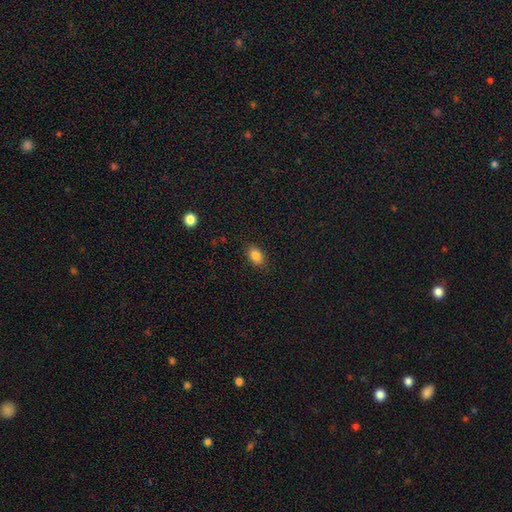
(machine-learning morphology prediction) Smooth or featured?
  - smooth: 85% *
  - star or artifact: 10%
  - featured or disk: 5%
How rounded?
  - in between: 83% *
  - round: 15%
  - cigar-shaped: 2%
Merging?
  - none: 87% *
  - minor disturbance: 9%
  - major disturbance: 2%
  - merger: 1%